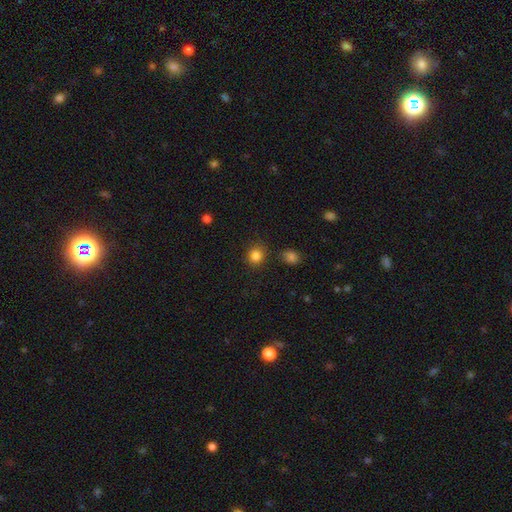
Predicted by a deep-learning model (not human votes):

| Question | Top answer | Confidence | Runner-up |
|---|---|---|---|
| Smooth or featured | smooth | 84% | star or artifact (12%) |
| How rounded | round | 83% | in between (16%) |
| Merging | none | 86% | minor disturbance (9%) |